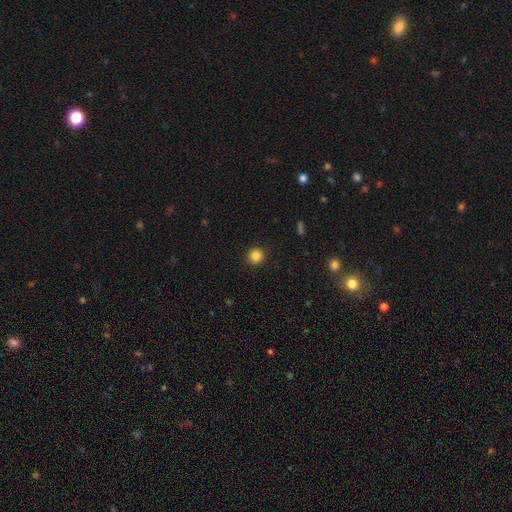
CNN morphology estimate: Q: Smooth or featured?
A: smooth (85%); runner-up: star or artifact (11%)
Q: How rounded?
A: round (95%); runner-up: in between (4%)
Q: Merging?
A: none (92%); runner-up: minor disturbance (5%)